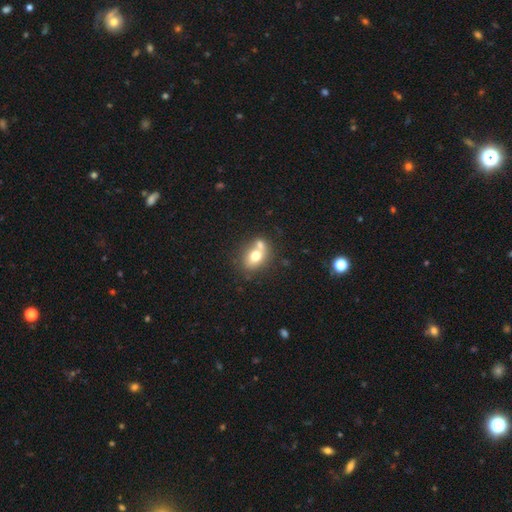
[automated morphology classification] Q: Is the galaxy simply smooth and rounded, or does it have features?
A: smooth — 69%.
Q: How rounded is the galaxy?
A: in between — 64%.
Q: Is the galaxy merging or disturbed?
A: none — 44%.